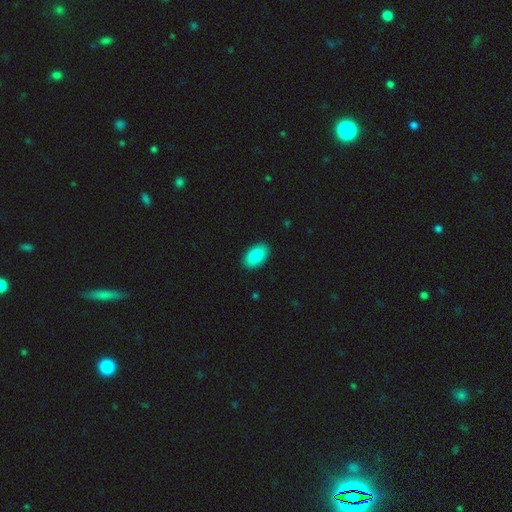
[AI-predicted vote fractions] Morphology: type=smooth (89%); roundness=in between (94%); merging=none (89%).